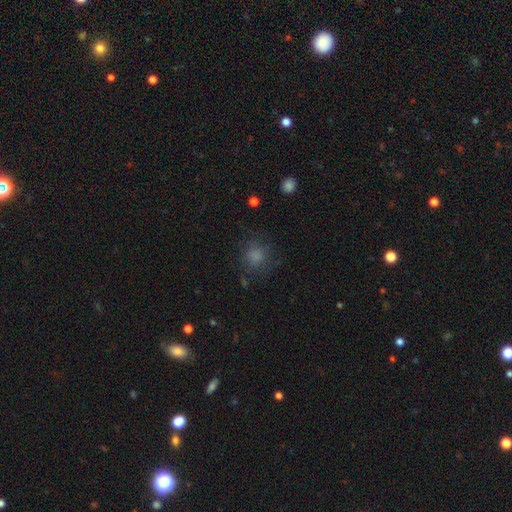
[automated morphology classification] smooth 78%, star or artifact 13%, featured or disk 9%. Down the decision tree: how rounded — round (85%); merging — none (73%).